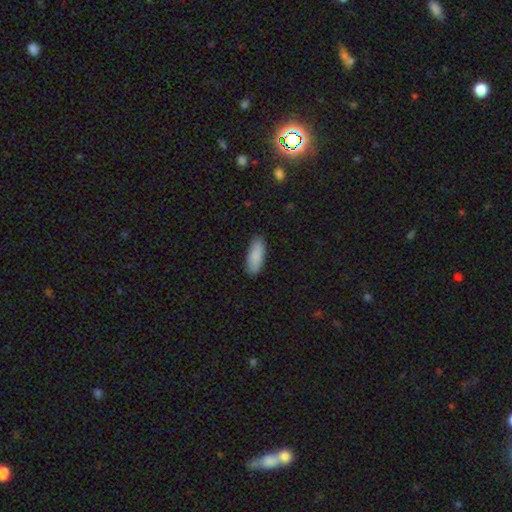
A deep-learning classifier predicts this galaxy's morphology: The model was most divided on "how rounded": in between: 74%, cigar-shaped: 24%, round: 2%. More confident: smooth or featured — smooth (89%); merging — none (87%).